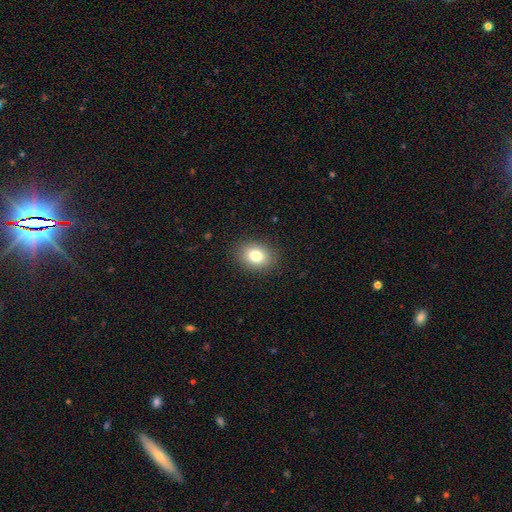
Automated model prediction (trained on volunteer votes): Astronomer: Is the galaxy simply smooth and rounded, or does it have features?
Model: smooth — 81%.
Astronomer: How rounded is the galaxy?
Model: in between — 57% (runner-up: round, 43%).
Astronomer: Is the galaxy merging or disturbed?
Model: none — 88%.